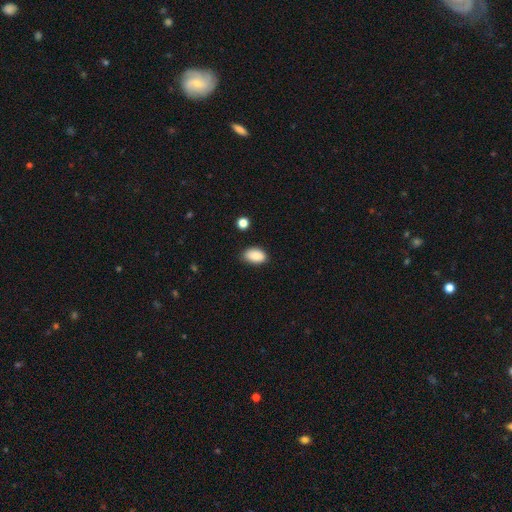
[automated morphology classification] smooth 87%, star or artifact 8%, featured or disk 5%. Down the decision tree: how rounded — in between (91%); merging — none (80%).